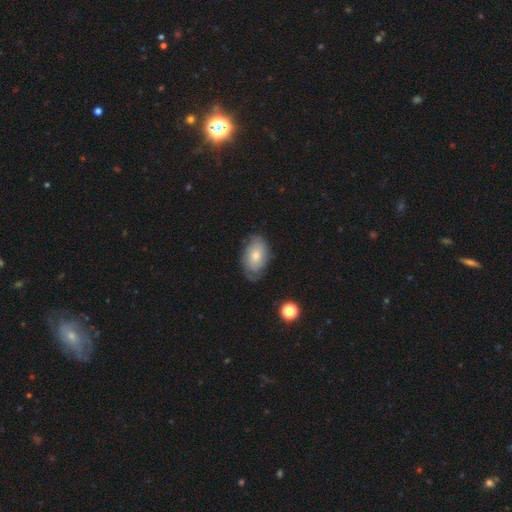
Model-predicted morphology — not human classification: smooth_or_featured: smooth (p=0.63) [alt: featured or disk p=0.29]
how_rounded: in between (p=0.90) [alt: round p=0.09]
merging: none (p=0.66) [alt: minor disturbance p=0.26]